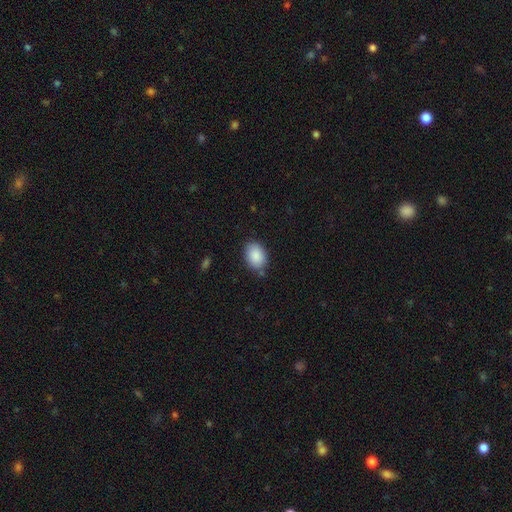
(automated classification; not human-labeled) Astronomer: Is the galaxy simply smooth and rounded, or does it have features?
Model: smooth — 88%.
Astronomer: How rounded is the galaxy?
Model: in between — 81%.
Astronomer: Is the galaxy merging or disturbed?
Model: none — 78%.